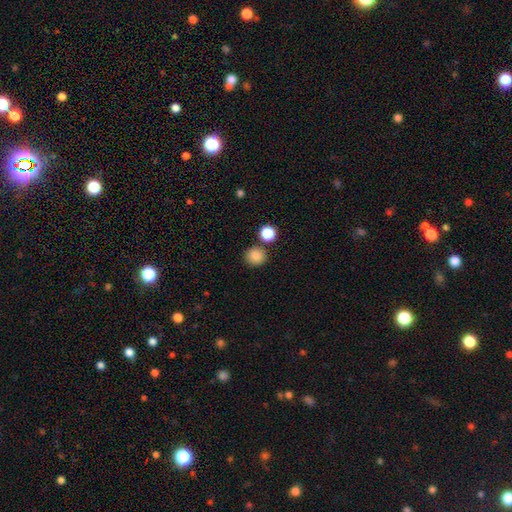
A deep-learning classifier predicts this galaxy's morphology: A smooth galaxy with no disk features (85%) that is round (90%).

Vote fractions:
- Smooth or featured? smooth: 85% / star or artifact: 11% / featured or disk: 4%
- How rounded? round: 90% / in between: 9% / cigar-shaped: 1%
- Merging? none: 81% / merger: 9% / minor disturbance: 8% / major disturbance: 3%